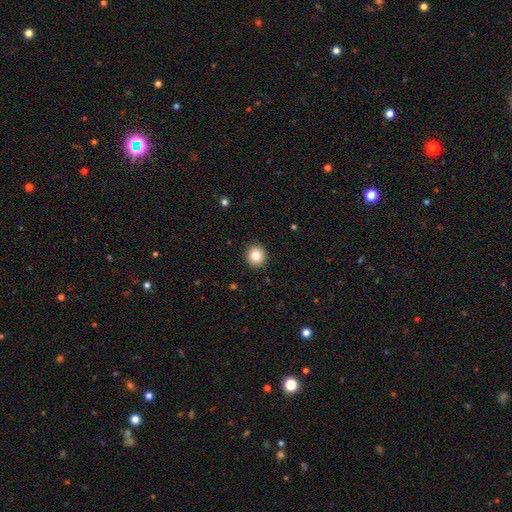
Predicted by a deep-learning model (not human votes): Overall: smooth (83%). How rounded: round (90%). Merging: none (92%).